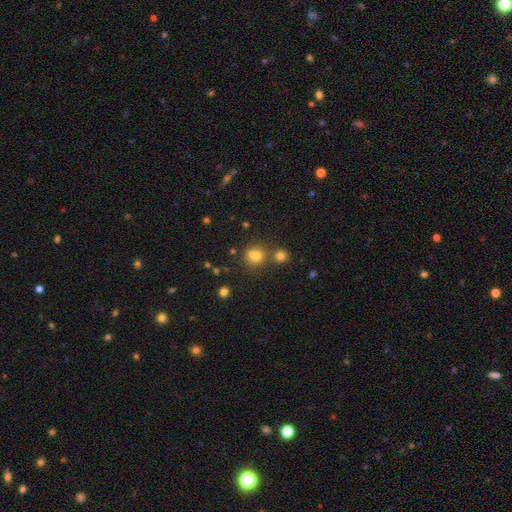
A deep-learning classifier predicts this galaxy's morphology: smooth 71%, star or artifact 18%, featured or disk 11%. Down the decision tree: how rounded — round (81%); merging — none (52%).